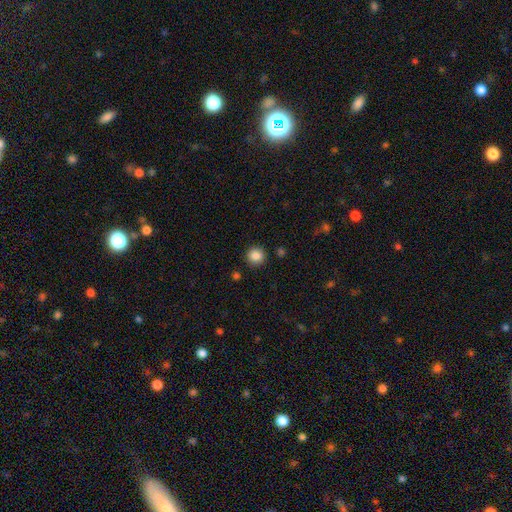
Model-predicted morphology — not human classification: This is clearly a smooth galaxy (86%). How rounded: clearly round (93%). Merging: clearly none (90%).